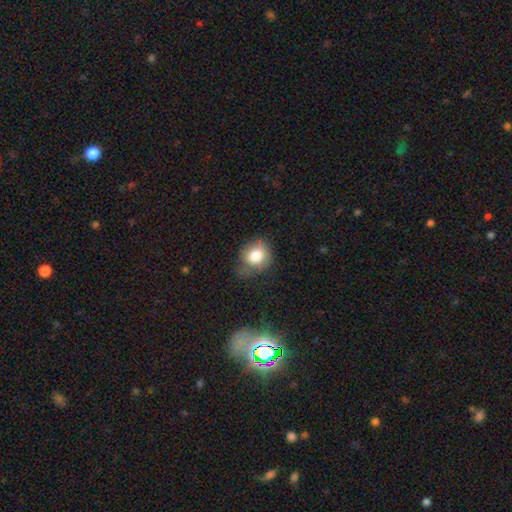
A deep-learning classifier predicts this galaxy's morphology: smooth_or_featured: smooth (p=0.79) [alt: featured or disk p=0.11]
how_rounded: round (p=0.66) [alt: in between p=0.33]
merging: none (p=0.55) [alt: minor disturbance p=0.32]